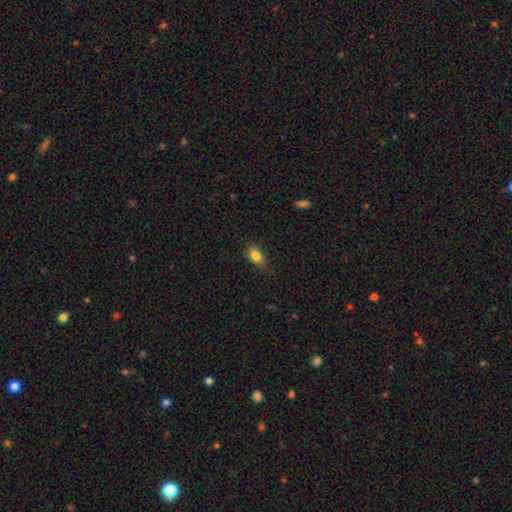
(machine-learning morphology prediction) Overall: smooth (83%). How rounded: in between (84%). Merging: none (69%).